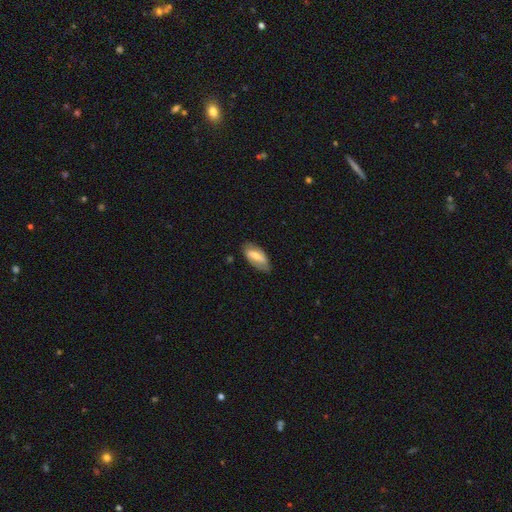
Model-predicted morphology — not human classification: A featured or disk galaxy (57%) with a strong bar (50%), spiral arms (68%) and a moderate central bulge (53%). Merging: none (80%).